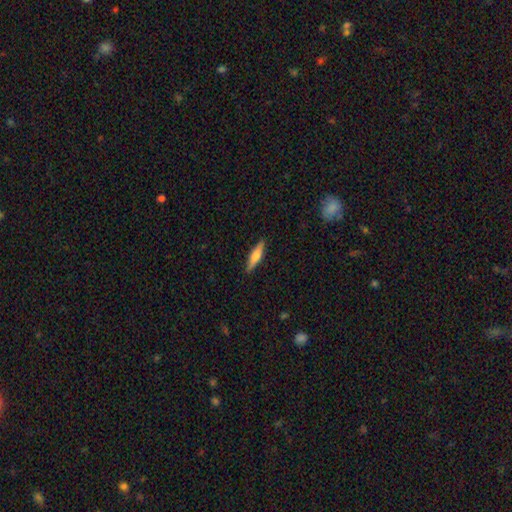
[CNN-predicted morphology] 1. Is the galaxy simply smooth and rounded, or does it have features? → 52% smooth, 43% featured or disk, 6% star or artifact.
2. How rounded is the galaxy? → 75% cigar-shaped, 23% in between, 2% round.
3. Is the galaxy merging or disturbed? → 90% none, 8% minor disturbance, 2% major disturbance, 1% merger.